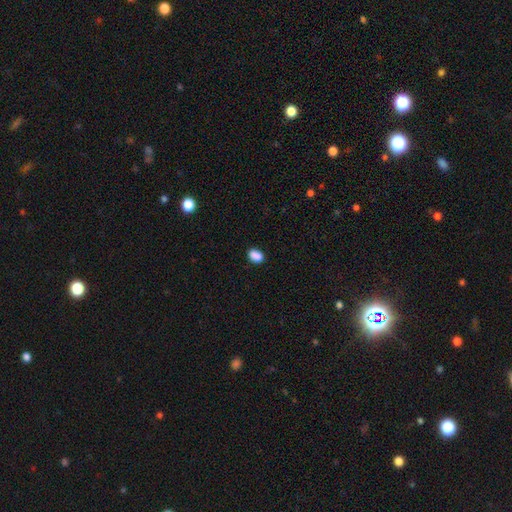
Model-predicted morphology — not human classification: Smooth or featured?
  - smooth: 86% *
  - star or artifact: 10%
  - featured or disk: 4%
How rounded?
  - in between: 81% *
  - round: 18%
  - cigar-shaped: 2%
Merging?
  - none: 80% *
  - minor disturbance: 14%
  - merger: 3%
  - major disturbance: 3%